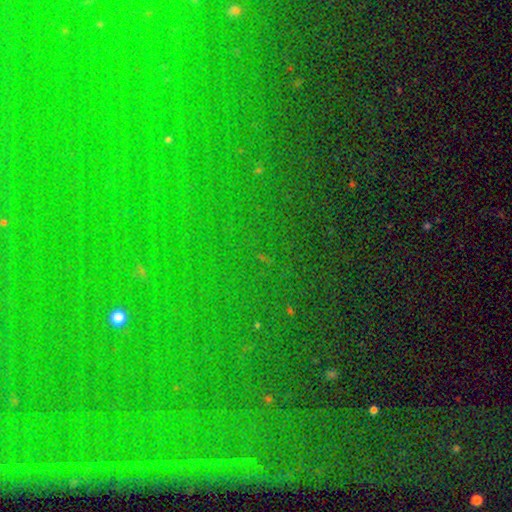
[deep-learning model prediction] Q: Smooth or featured?
A: star or artifact (82%); runner-up: smooth (11%)